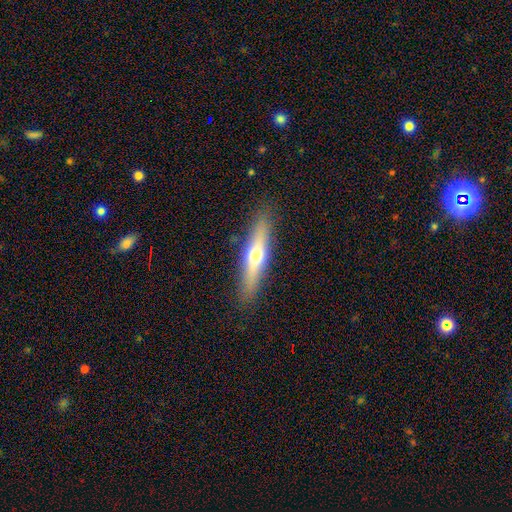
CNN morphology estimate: type=smooth (48%); merging=none (89%).